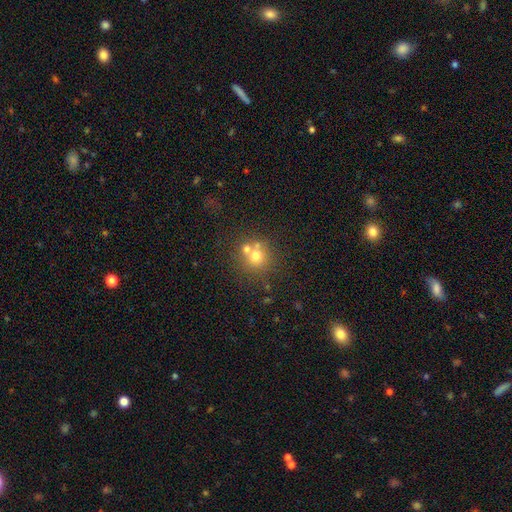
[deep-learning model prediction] Q: Smooth or featured?
A: smooth (66%); runner-up: featured or disk (18%)
Q: How rounded?
A: round (89%); runner-up: in between (11%)
Q: Merging?
A: none (55%); runner-up: merger (33%)